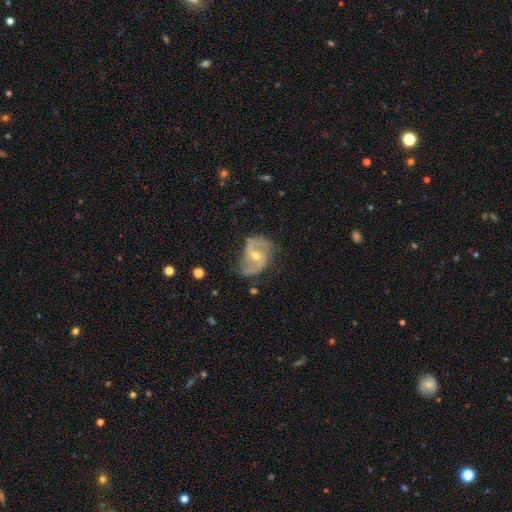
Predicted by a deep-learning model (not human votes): Overall: featured or disk (87%). Edge-on disk: no (97%). Bar: no (43%; weak 42%). Spiral arms: yes (96%). Spiral arm count: 2 (92%). Spiral winding: medium (46%; loose 38%). Bulge size: moderate (55%; small 41%). Merging: none (74%).